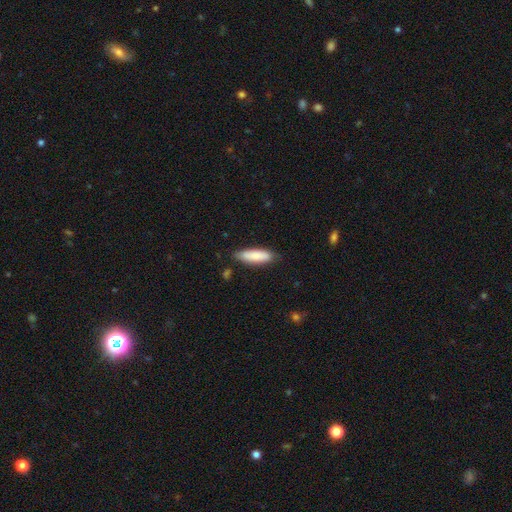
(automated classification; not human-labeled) smooth_or_featured: smooth (p=0.85) [alt: featured or disk p=0.09]
how_rounded: cigar-shaped (p=0.53) [alt: in between p=0.46]
merging: none (p=0.81) [alt: minor disturbance p=0.15]